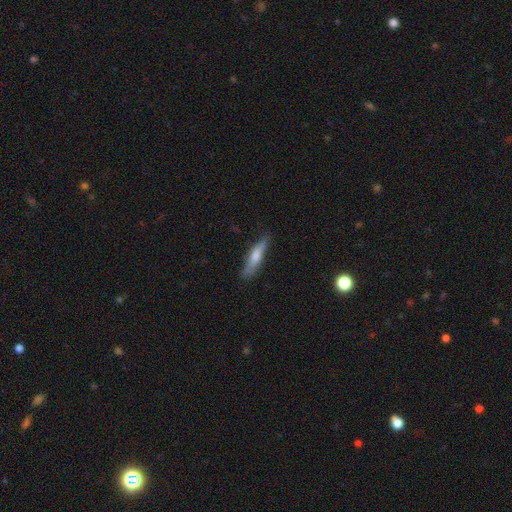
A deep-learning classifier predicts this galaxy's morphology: smooth 46%, featured or disk 45%, star or artifact 8%. Down the decision tree: merging — none (83%).